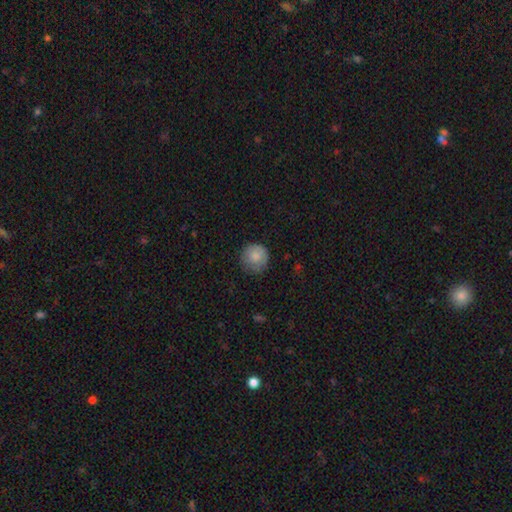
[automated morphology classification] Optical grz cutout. It shows a smooth galaxy with no disk features (83%) that is round (94%). Merging: none (77%).